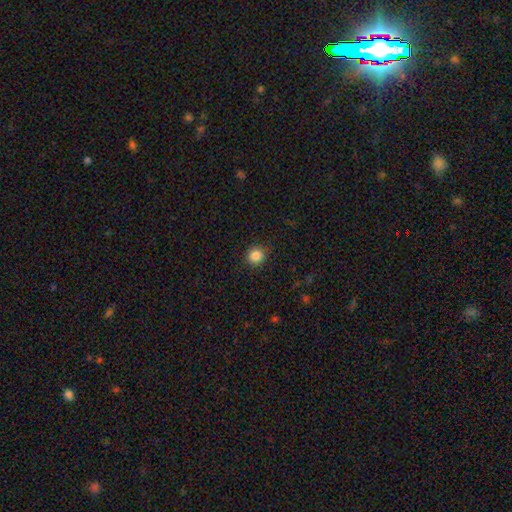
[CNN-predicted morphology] Smooth or featured?
  - smooth: 86% *
  - star or artifact: 11%
  - featured or disk: 4%
How rounded?
  - round: 91% *
  - in between: 8%
  - cigar-shaped: 1%
Merging?
  - none: 90% *
  - minor disturbance: 7%
  - major disturbance: 2%
  - merger: 1%